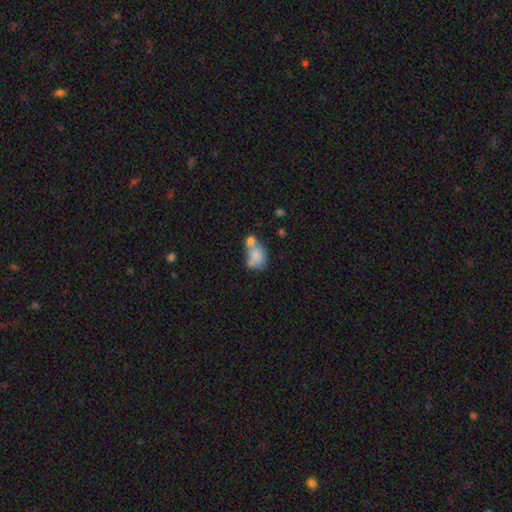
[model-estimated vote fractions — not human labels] A smooth galaxy with no disk features (71%) that is in between round and cigar-shaped (70%). Merging: merger (54%).